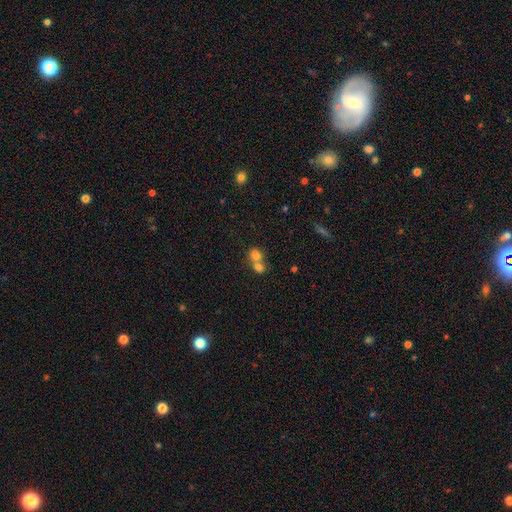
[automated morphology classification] A smooth galaxy with no disk features (74%) that is round (58%). Merging: merger (69%).